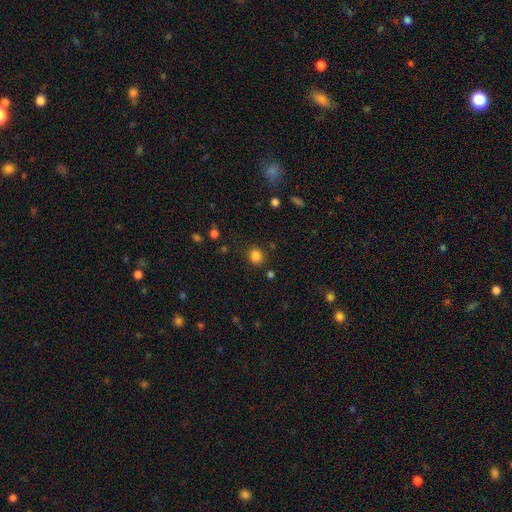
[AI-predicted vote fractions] Q: Smooth or featured?
A: smooth (83%); runner-up: star or artifact (13%)
Q: How rounded?
A: round (86%); runner-up: in between (13%)
Q: Merging?
A: none (86%); runner-up: minor disturbance (9%)